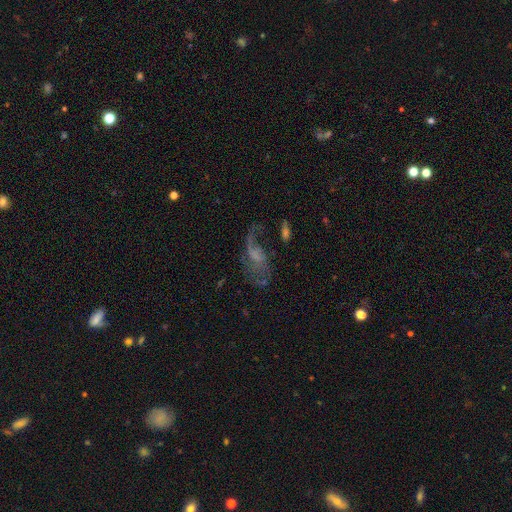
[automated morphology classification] Smooth or featured: featured or disk — 65% (smooth — 21%)
Edge-on disk: no — 95% (yes — 5%)
Bar: no — 56% (weak — 35%)
Spiral arms: yes — 72% (no — 28%)
Bulge size: none — 55% (small — 24%)
Merging: major disturbance — 42% (none — 35%)